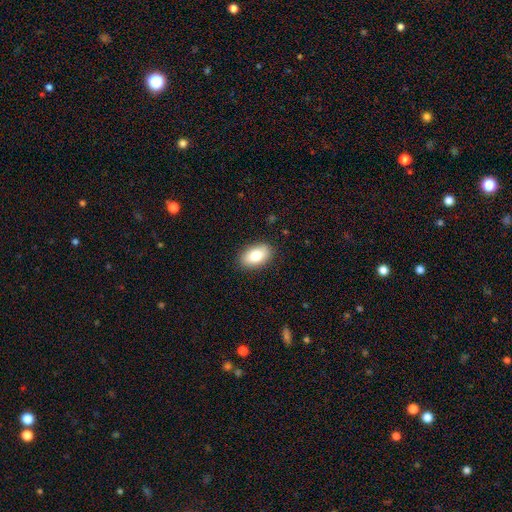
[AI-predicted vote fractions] Morphology: type=smooth (83%); roundness=in between (90%); merging=none (87%).